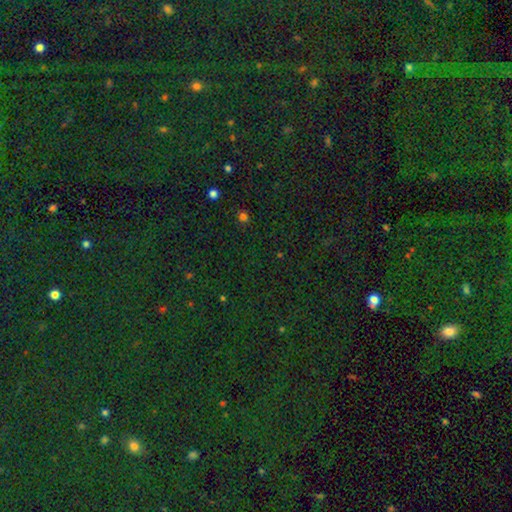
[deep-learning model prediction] This is likely a star or artifact rather than a galaxy (80%).